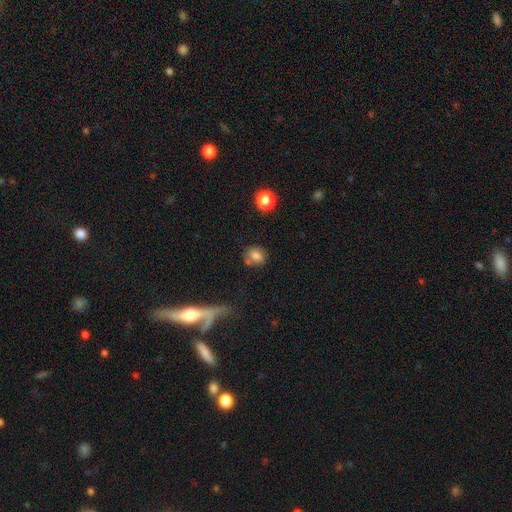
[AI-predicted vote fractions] smooth 75%, featured or disk 13%, star or artifact 12%. Down the decision tree: how rounded — round (63%); merging — none (62%).